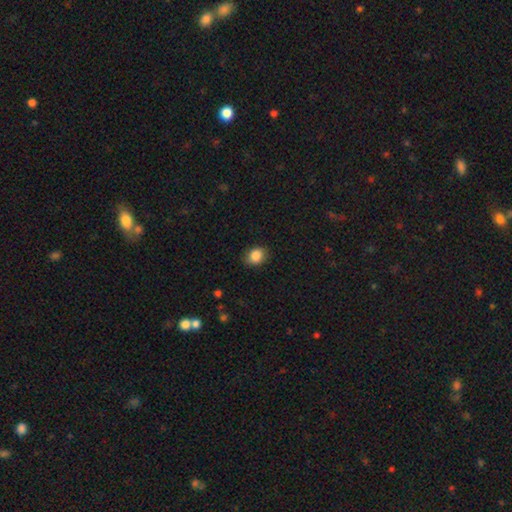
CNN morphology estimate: Q: Smooth or featured?
A: smooth (86%); runner-up: star or artifact (9%)
Q: How rounded?
A: in between (53%); runner-up: round (46%)
Q: Merging?
A: none (84%); runner-up: minor disturbance (12%)